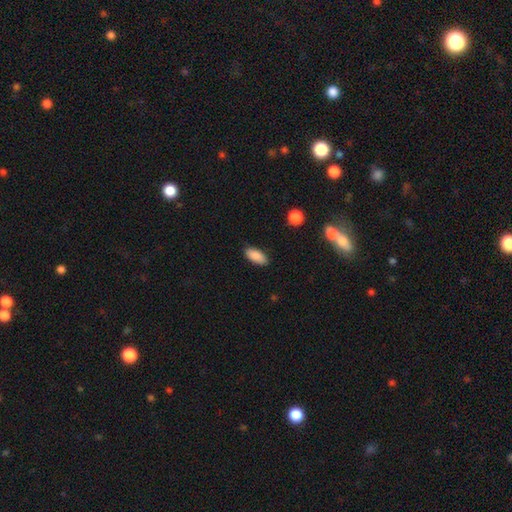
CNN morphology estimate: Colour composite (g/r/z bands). It shows a smooth galaxy with no disk features (88%) that is in between round and cigar-shaped (87%). Merging: none (86%).